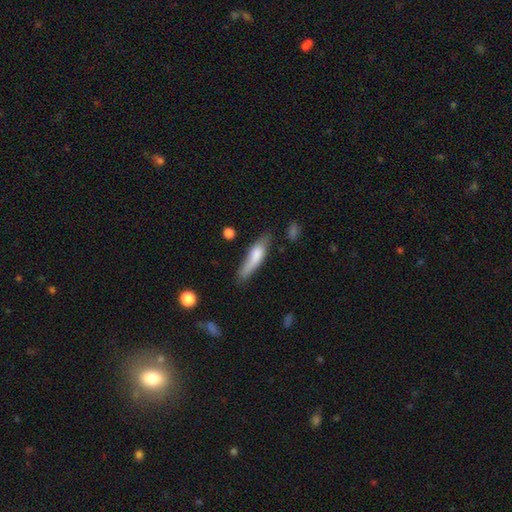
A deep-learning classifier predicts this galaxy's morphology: Overall: smooth (71%). How rounded: cigar-shaped (69%). Merging: none (53%; minor disturbance 30%).